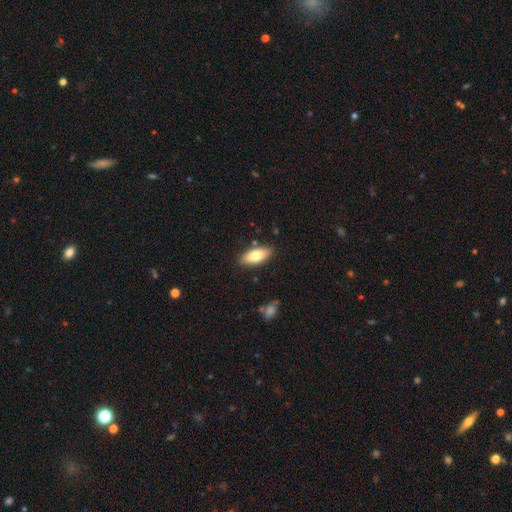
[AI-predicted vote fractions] smooth-or-featured: smooth: 77% | featured or disk: 16% | star or artifact: 6%
  how-rounded: in between: 85% | cigar-shaped: 13% | round: 2%
  merging: none: 86% | minor disturbance: 10% | major disturbance: 2% | merger: 2%